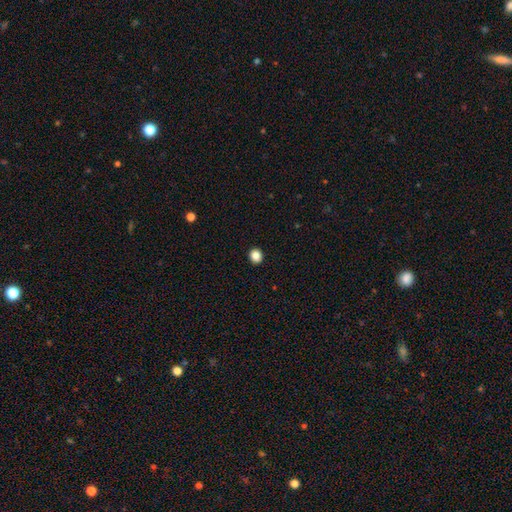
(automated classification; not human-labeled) A smooth galaxy with no disk features (85%) that is round (86%).

Vote fractions:
- Smooth or featured? smooth: 85% / star or artifact: 11% / featured or disk: 4%
- How rounded? round: 86% / in between: 13% / cigar-shaped: 1%
- Merging? none: 93% / minor disturbance: 4% / major disturbance: 1% / merger: 1%